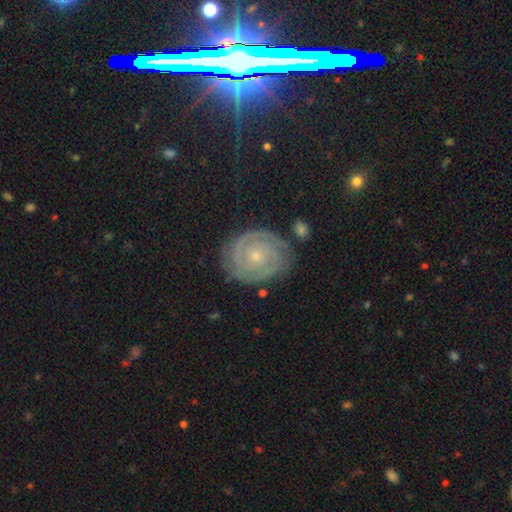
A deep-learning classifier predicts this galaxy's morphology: A featured or disk galaxy (84%) with no bar (74%), 2 (64%) tight (84%) spiral arms (98%) and a small central bulge (73%).

Vote fractions:
- Smooth or featured? featured or disk: 84% / star or artifact: 9% / smooth: 7%
- Edge-on disk? no: 98% / yes: 2%
- Bar? no: 74% / weak: 21% / strong: 6%
- Spiral arms? yes: 98% / no: 2%
- Spiral winding? tight: 84% / medium: 14% / loose: 3%
- Spiral arm count? 2: 64% / 3: 13% / can't tell: 10% / 4: 4% / 1: 4% / more than 4: 4%
- Bulge size? small: 73% / moderate: 23% / none: 2% / large: 1% / dominant: 1%
- Merging? none: 82% / minor disturbance: 12% / major disturbance: 3% / merger: 2%